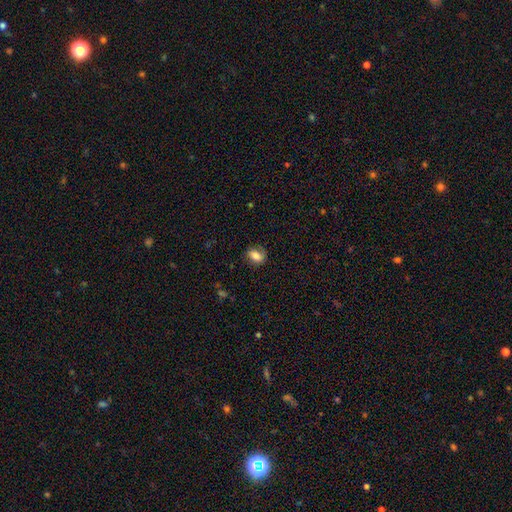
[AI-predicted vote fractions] Smooth or featured?
  - smooth: 79% *
  - featured or disk: 12%
  - star or artifact: 9%
How rounded?
  - in between: 74% *
  - round: 24%
  - cigar-shaped: 2%
Merging?
  - none: 75% *
  - minor disturbance: 19%
  - major disturbance: 5%
  - merger: 1%